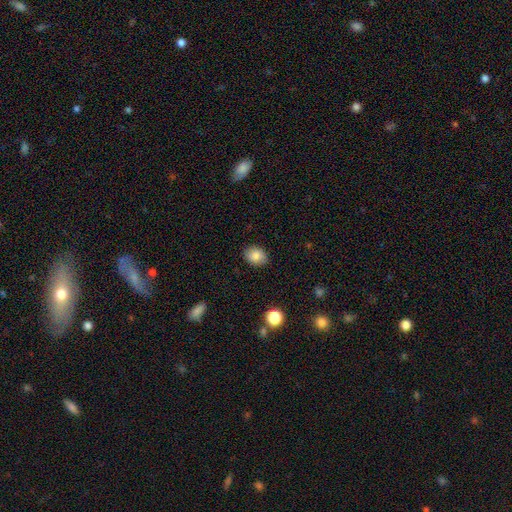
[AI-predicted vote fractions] smooth_or_featured: smooth (p=0.84) [alt: star or artifact p=0.09]
how_rounded: in between (p=0.57) [alt: round p=0.42]
merging: none (p=0.87) [alt: minor disturbance p=0.10]